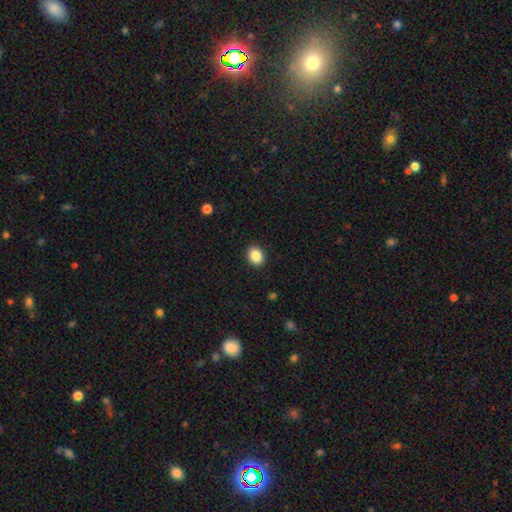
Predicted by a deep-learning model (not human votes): smooth 87%, star or artifact 9%, featured or disk 4%. Down the decision tree: how rounded — in between (52%); merging — none (91%).